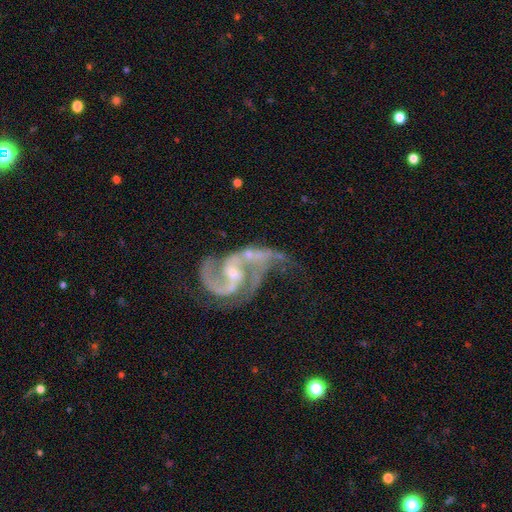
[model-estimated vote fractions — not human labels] This is clearly a featured or disk galaxy (89%). It is clearly not viewed edge-on (98%). Bar: possibly weak (46%). Spiral arm pattern: clearly yes (95%). Spiral arm count: likely 2 (78%). Spiral winding: possibly medium (48%). Central bulge: possibly small (54%). Merging: marginally major disturbance (36%).